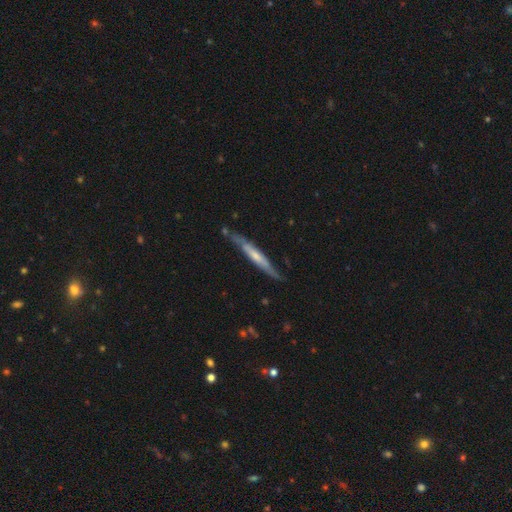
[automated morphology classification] Smooth or featured? Predicted: featured or disk (p=0.60). Edge-on disk? Predicted: yes (p=0.82). Merging? Predicted: none (p=0.70).